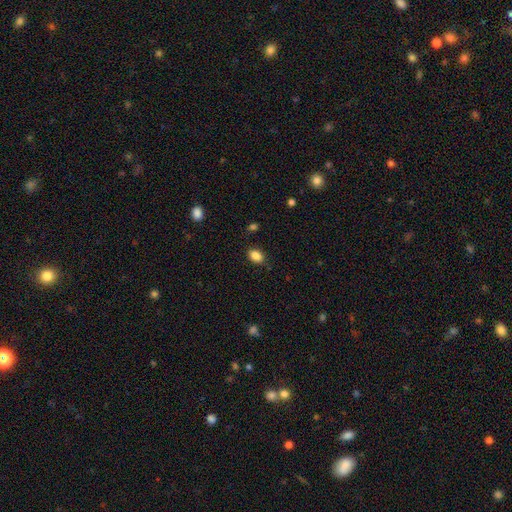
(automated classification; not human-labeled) Morphology: type=smooth (87%); roundness=in between (78%); merging=none (84%).